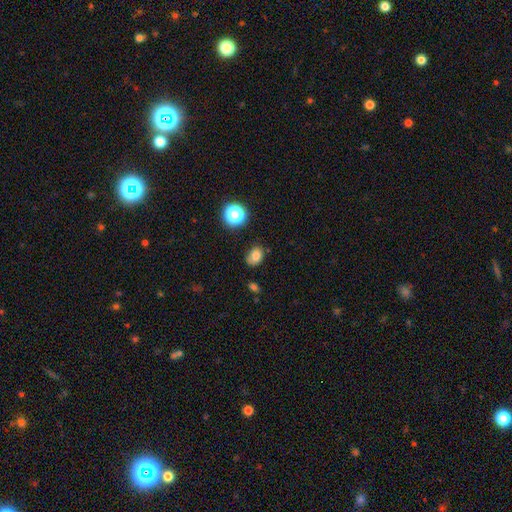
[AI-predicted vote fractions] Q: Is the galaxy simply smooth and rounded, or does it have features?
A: smooth — 79%.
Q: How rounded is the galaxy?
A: in between — 65%.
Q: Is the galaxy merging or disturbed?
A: none — 72%.